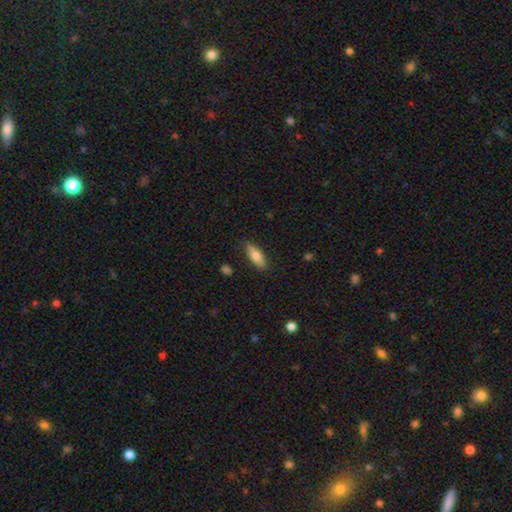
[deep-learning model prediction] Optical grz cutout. It shows a smooth galaxy with no disk features (76%) that is in between round and cigar-shaped (67%). Merging: none (86%).